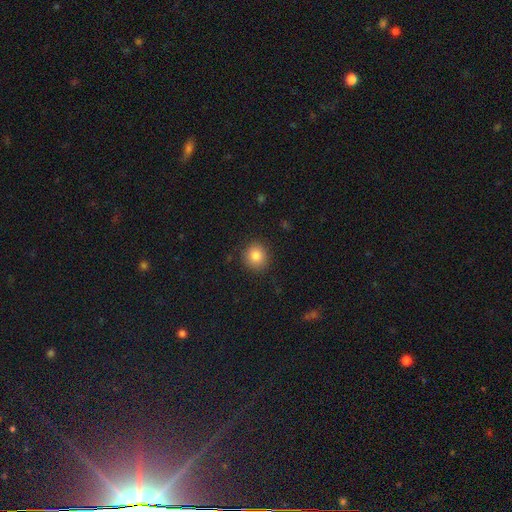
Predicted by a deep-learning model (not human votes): Smooth or featured? Predicted: smooth (p=0.85). How rounded? Predicted: round (p=0.87). Merging? Predicted: none (p=0.89).